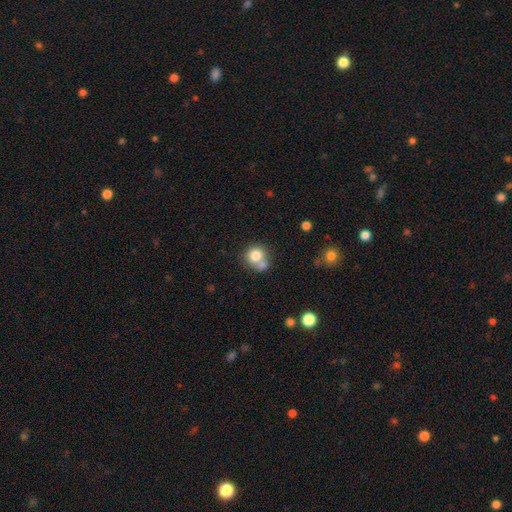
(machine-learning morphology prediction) A smooth galaxy with no disk features (79%) that is round (84%). Merging: none (46%).